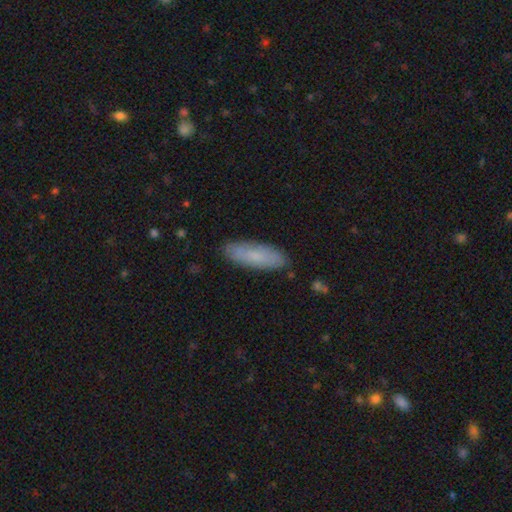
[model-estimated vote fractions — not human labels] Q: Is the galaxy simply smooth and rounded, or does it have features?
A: smooth — 75%.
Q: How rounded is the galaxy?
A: cigar-shaped — 49%, tied with in between.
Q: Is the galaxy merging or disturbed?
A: none — 86%.